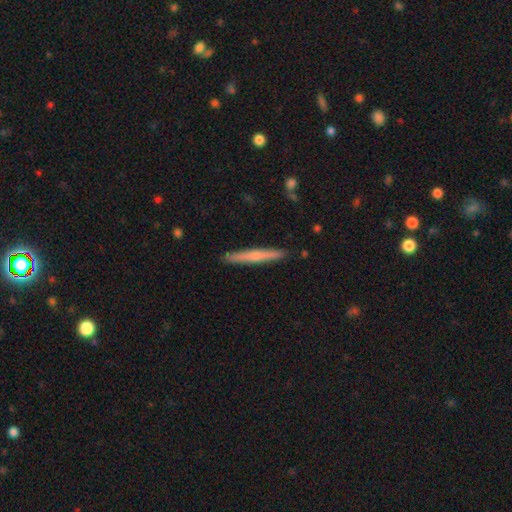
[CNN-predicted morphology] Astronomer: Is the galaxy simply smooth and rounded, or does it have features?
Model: smooth — 53% (runner-up: featured or disk, 42%).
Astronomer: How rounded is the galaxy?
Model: cigar-shaped — 96%.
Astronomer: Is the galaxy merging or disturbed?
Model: none — 91%.